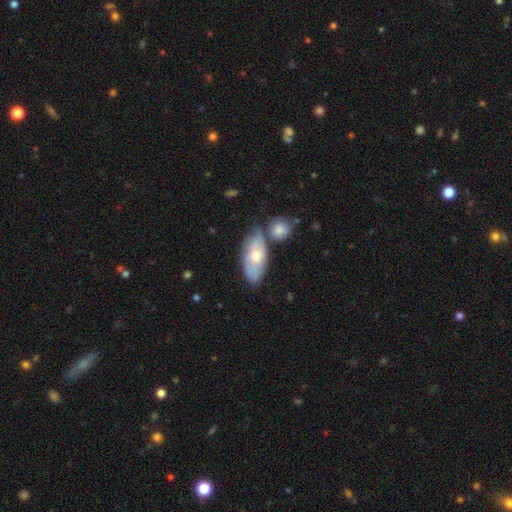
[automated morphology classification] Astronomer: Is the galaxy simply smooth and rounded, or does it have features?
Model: smooth — 56% (runner-up: featured or disk, 38%).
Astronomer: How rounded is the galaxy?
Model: in between — 87%.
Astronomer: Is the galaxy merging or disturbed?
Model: none — 53%.